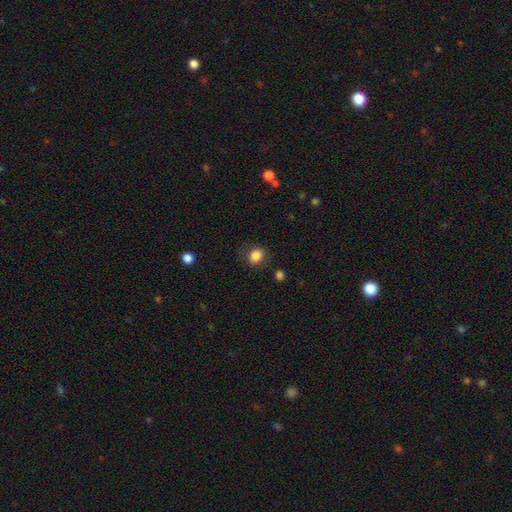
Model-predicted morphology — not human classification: Smooth or featured: smooth — 85% (star or artifact — 10%)
How rounded: round — 53% (in between — 46%)
Merging: none — 79% (minor disturbance — 14%)